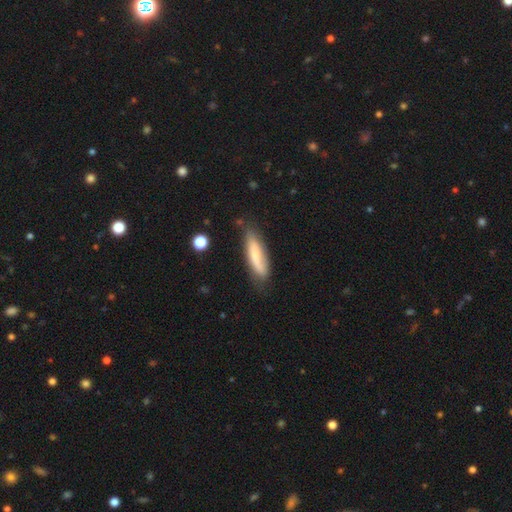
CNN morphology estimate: A smooth galaxy with no disk features (59%) that is cigar-shaped (62%). Merging: none (66%).